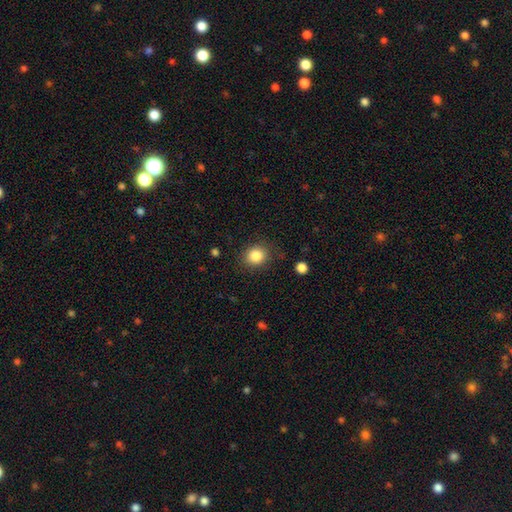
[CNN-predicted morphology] Smooth or featured?
  - smooth: 85% *
  - star or artifact: 10%
  - featured or disk: 5%
How rounded?
  - round: 76% *
  - in between: 23%
  - cigar-shaped: 1%
Merging?
  - none: 85% *
  - minor disturbance: 10%
  - major disturbance: 3%
  - merger: 1%